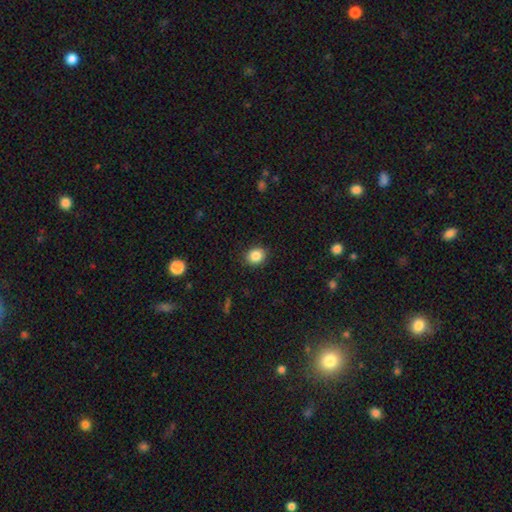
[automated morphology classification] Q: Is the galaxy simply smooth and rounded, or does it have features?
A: smooth — 86%.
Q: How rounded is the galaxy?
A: round — 73%.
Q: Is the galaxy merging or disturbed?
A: none — 89%.